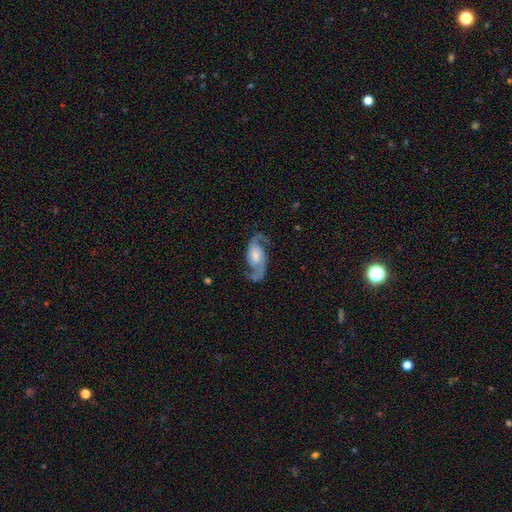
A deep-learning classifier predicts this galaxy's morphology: featured or disk 90%, smooth 6%, star or artifact 4%. Down the decision tree: edge-on disk — no (97%); bar — no (54%); spiral arms — yes (98%); spiral arm count — 2 (94%); spiral winding — medium (45%); bulge size — moderate (39%); merging — none (76%).